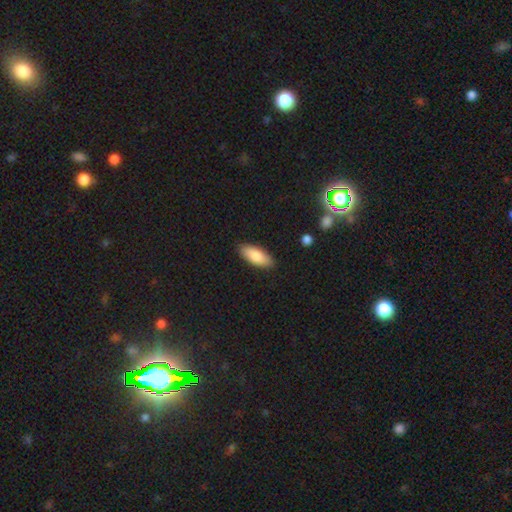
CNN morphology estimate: Smooth or featured?
  - smooth: 84% *
  - featured or disk: 11%
  - star or artifact: 6%
How rounded?
  - in between: 79% *
  - cigar-shaped: 20%
  - round: 2%
Merging?
  - none: 86% *
  - minor disturbance: 10%
  - major disturbance: 2%
  - merger: 1%